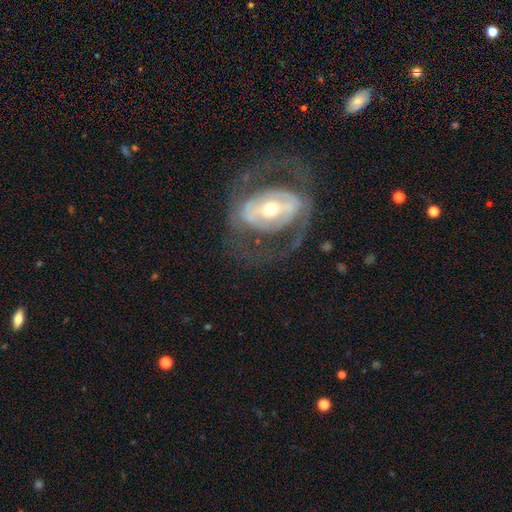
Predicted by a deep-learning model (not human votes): Smooth or featured? featured or disk (77%)
Edge-on disk? no (93%)
Bar? strong (37%)
Spiral arms? yes (55%)
Bulge size? moderate (53%)
Merging? none (68%)